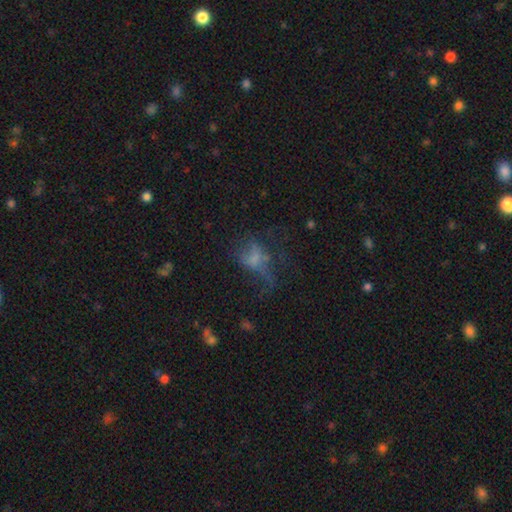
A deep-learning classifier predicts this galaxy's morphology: A featured or disk galaxy (36%). Merging: major disturbance (44%).